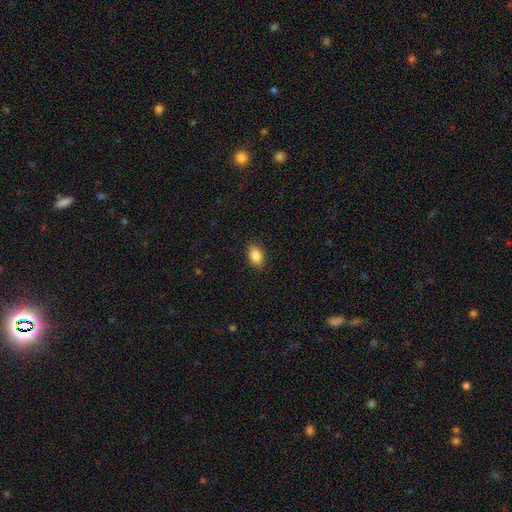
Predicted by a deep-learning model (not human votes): Smooth or featured? smooth (87%)
How rounded? in between (87%)
Merging? none (87%)